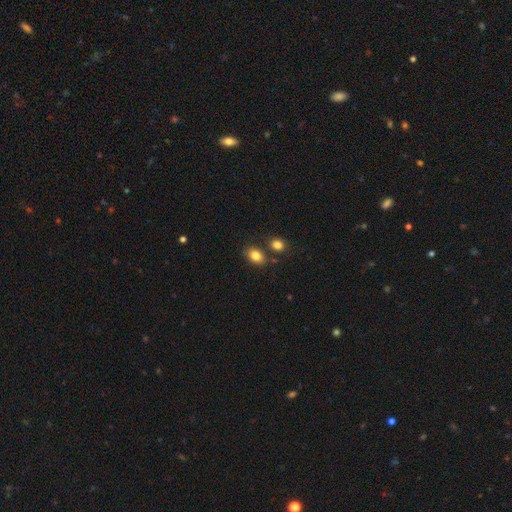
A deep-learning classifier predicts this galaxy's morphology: Overall: smooth (83%). How rounded: in between (71%). Merging: none (72%).